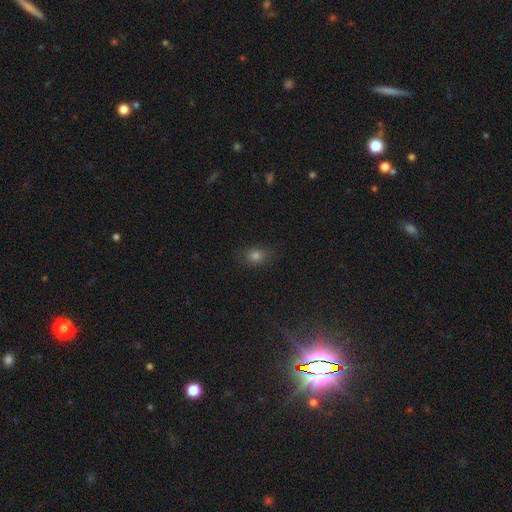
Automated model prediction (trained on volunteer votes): smooth 71%, star or artifact 21%, featured or disk 8%. Down the decision tree: how rounded — in between (62%); merging — none (84%).